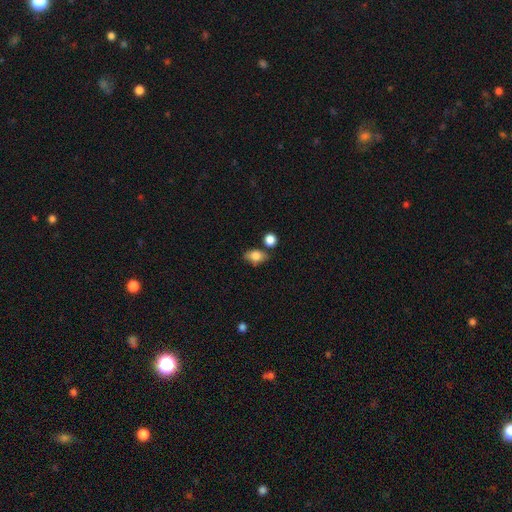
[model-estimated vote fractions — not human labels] Smooth or featured: smooth — 80% (featured or disk — 11%)
How rounded: in between — 80% (round — 18%)
Merging: none — 67% (minor disturbance — 18%)